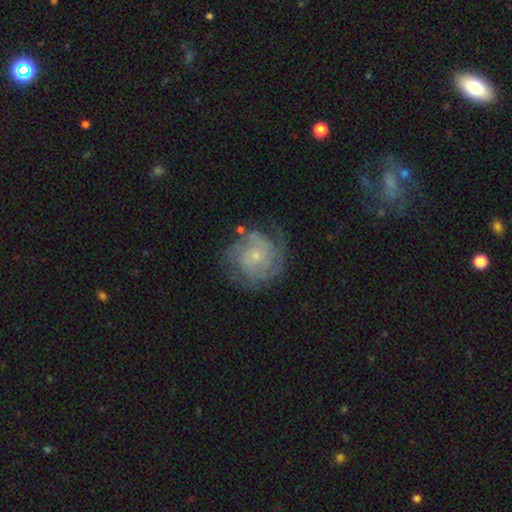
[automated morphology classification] This is clearly a featured or disk galaxy (83%). It is clearly not viewed edge-on (98%). Bar: likely no (75%). Spiral arm pattern: clearly yes (95%). Spiral arm count: marginally 2 (29%). Spiral winding: likely tight (64%). Central bulge: likely small (78%). Merging: likely none (69%).